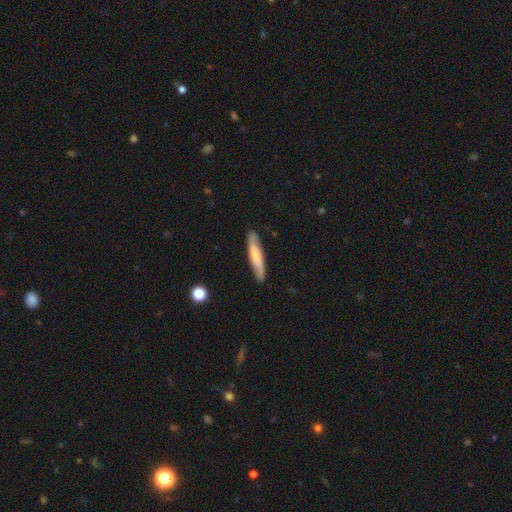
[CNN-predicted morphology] Q: Smooth or featured?
A: smooth (61%); runner-up: featured or disk (34%)
Q: How rounded?
A: cigar-shaped (87%); runner-up: in between (12%)
Q: Merging?
A: none (83%); runner-up: minor disturbance (13%)